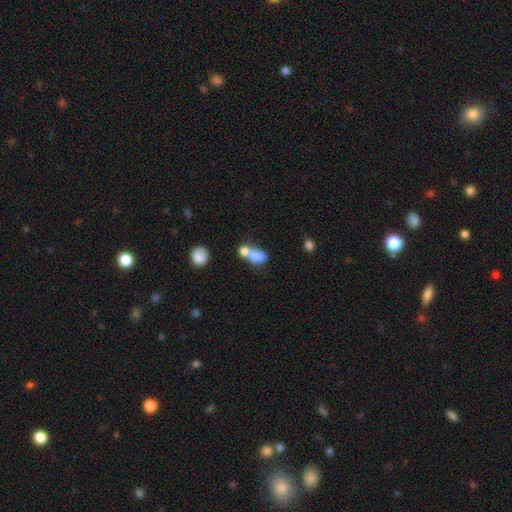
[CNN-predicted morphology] type=smooth (78%); roundness=in between (76%); merging=merger (57%).